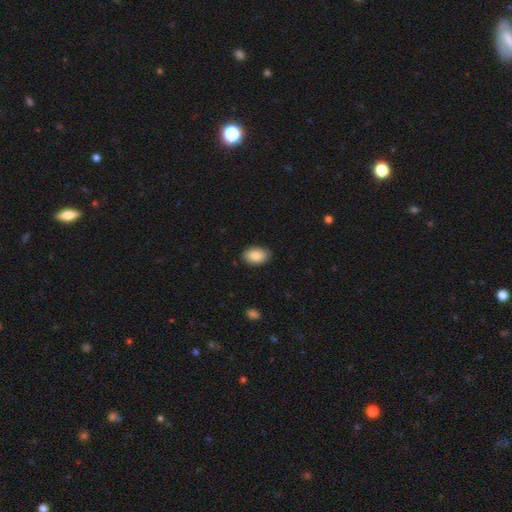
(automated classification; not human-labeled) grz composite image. It shows a smooth galaxy with no disk features (87%) that is in between round and cigar-shaped (87%). Merging: none (87%).